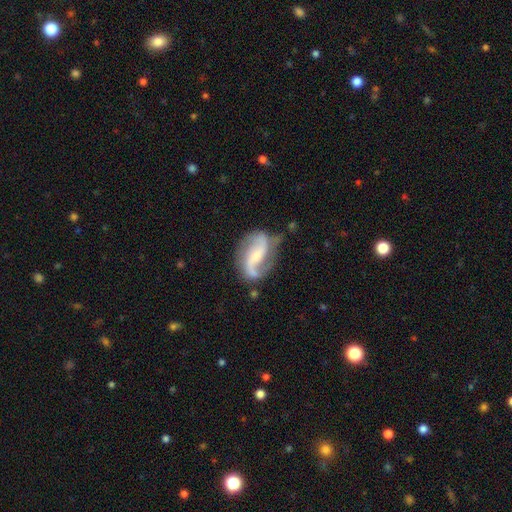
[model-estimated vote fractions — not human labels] Morphology: type=featured or disk (87%); edge-on=no (97%); bar=no (37%); spiral arms=yes (96%); winding=loose (55%); arm count=2 (91%); bulge=small (61%); merging=none (70%).